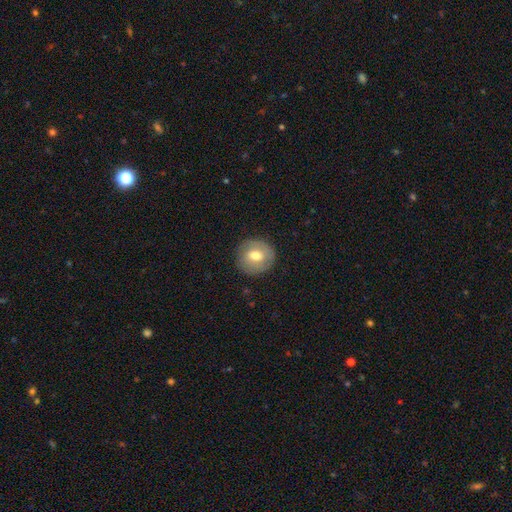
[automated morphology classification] The model was most divided on "smooth or featured": smooth: 61%, featured or disk: 31%, star or artifact: 8%. More confident: how rounded — round (87%); merging — none (86%).